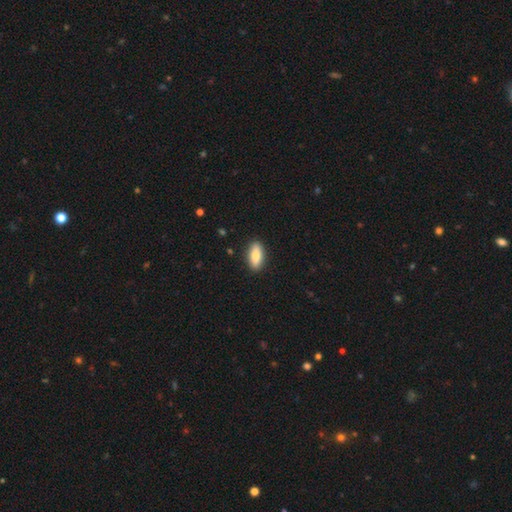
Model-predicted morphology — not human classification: smooth 82%, featured or disk 12%, star or artifact 6%. Down the decision tree: how rounded — in between (80%); merging — none (90%).